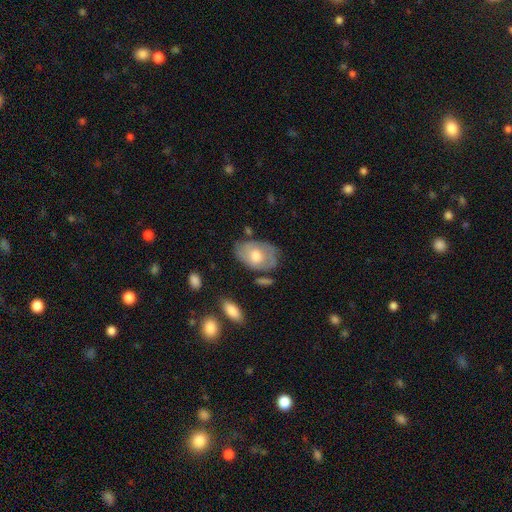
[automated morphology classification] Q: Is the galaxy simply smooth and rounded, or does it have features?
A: smooth — 51%.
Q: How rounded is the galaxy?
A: in between — 86%.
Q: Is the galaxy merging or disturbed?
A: none — 63%.